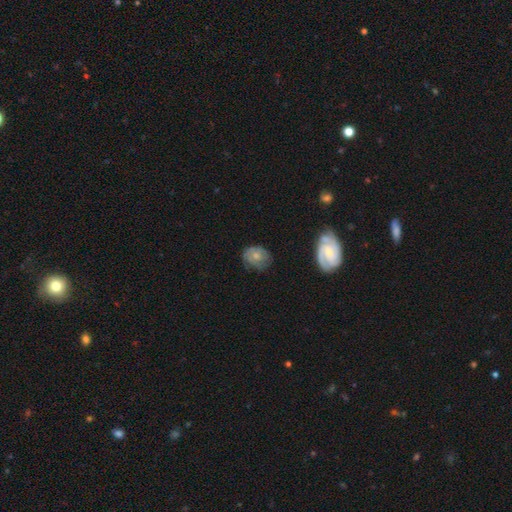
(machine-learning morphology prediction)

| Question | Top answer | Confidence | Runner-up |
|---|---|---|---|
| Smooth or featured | smooth | 50% | featured or disk (41%) |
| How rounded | round | 57% | in between (41%) |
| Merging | none | 64% | minor disturbance (25%) |